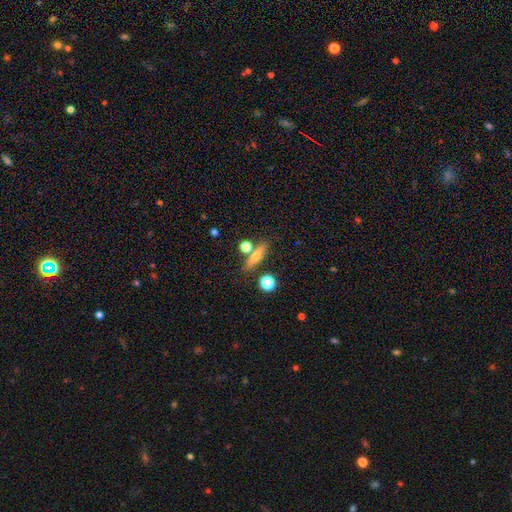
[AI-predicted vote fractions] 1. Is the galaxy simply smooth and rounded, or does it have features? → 56% smooth, 33% featured or disk, 12% star or artifact.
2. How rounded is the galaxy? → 61% cigar-shaped, 28% in between, 11% round.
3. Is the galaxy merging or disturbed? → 74% none, 11% merger, 11% minor disturbance, 4% major disturbance.